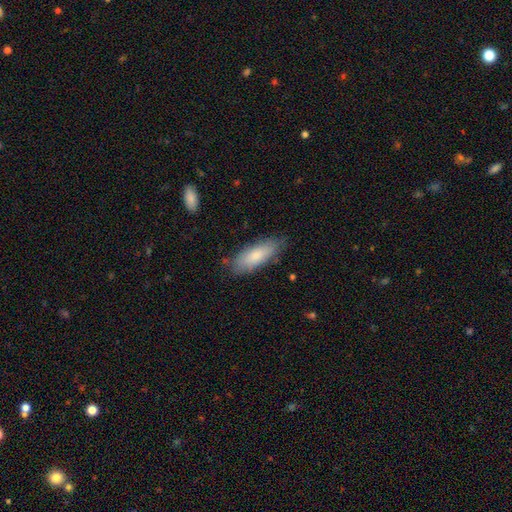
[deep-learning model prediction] Smooth or featured?
  - smooth: 79% *
  - featured or disk: 16%
  - star or artifact: 6%
How rounded?
  - in between: 66% *
  - cigar-shaped: 33%
  - round: 2%
Merging?
  - none: 79% *
  - minor disturbance: 16%
  - major disturbance: 3%
  - merger: 2%